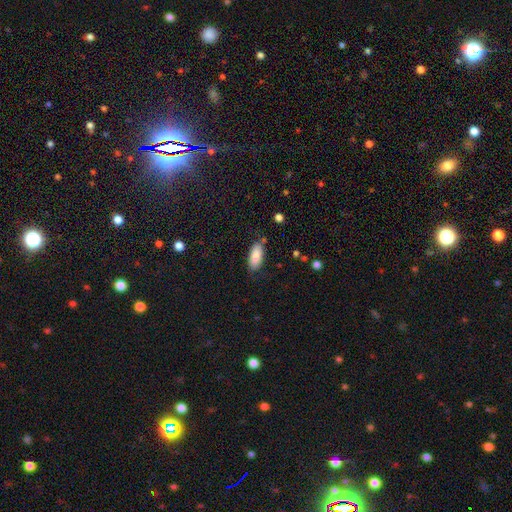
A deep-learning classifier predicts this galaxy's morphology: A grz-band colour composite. It shows a smooth galaxy with no disk features (87%) that is in between round and cigar-shaped (86%). Merging: none (78%).